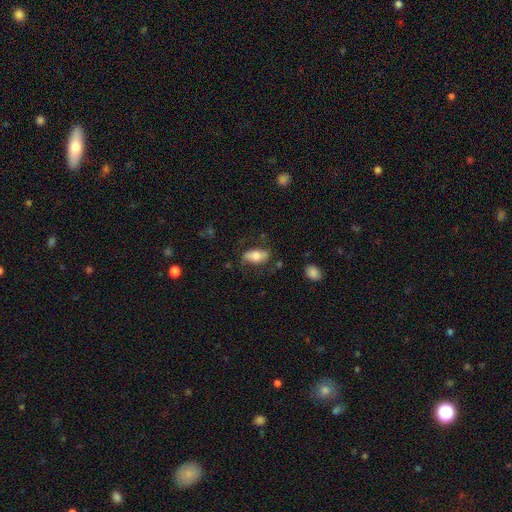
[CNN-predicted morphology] Q: Smooth or featured?
A: smooth (67%); runner-up: featured or disk (25%)
Q: How rounded?
A: in between (88%); runner-up: cigar-shaped (8%)
Q: Merging?
A: none (64%); runner-up: minor disturbance (22%)